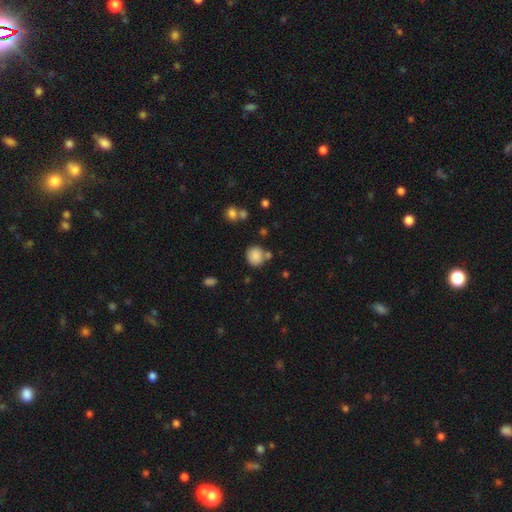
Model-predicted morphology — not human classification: Smooth or featured?
  - smooth: 85% *
  - star or artifact: 10%
  - featured or disk: 5%
How rounded?
  - round: 83% *
  - in between: 17%
  - cigar-shaped: 1%
Merging?
  - none: 70% *
  - minor disturbance: 13%
  - merger: 13%
  - major disturbance: 4%